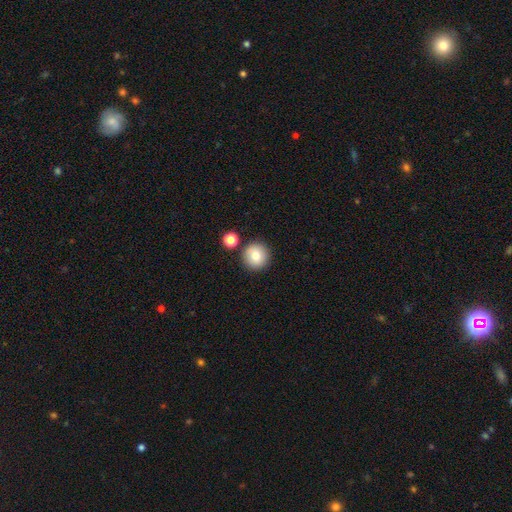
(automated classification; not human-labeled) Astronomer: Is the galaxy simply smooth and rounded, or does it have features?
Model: smooth — 80%.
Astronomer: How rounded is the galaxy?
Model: round — 94%.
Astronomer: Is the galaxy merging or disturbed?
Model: none — 84%.